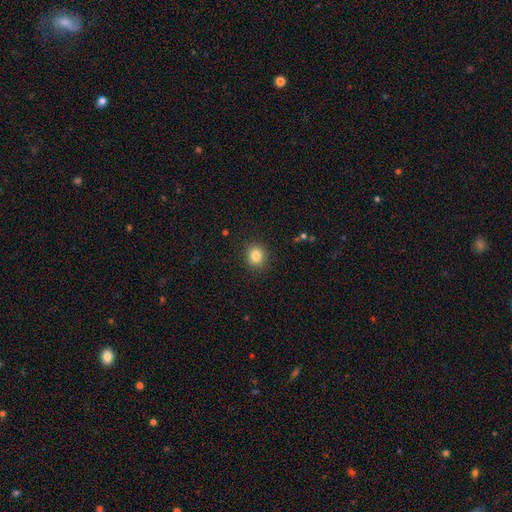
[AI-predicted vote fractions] This is clearly a smooth galaxy (83%). How rounded: likely round (76%). Merging: clearly none (90%).